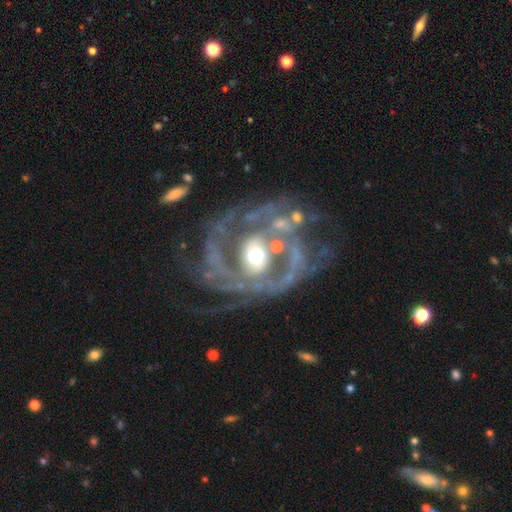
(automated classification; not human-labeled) smooth_or_featured: featured or disk (p=0.86) [alt: smooth p=0.08]
disk_edge_on: no (p=0.97) [alt: yes p=0.03]
bar: no (p=0.49) [alt: weak p=0.28]
has_spiral_arms: yes (p=0.84) [alt: no p=0.16]
spiral_winding: medium (p=0.43) [alt: loose p=0.30]
spiral_arm_count: 2 (p=0.54) [alt: can't tell p=0.15]
bulge_size: moderate (p=0.61) [alt: large p=0.20]
merging: none (p=0.47) [alt: major disturbance p=0.27]